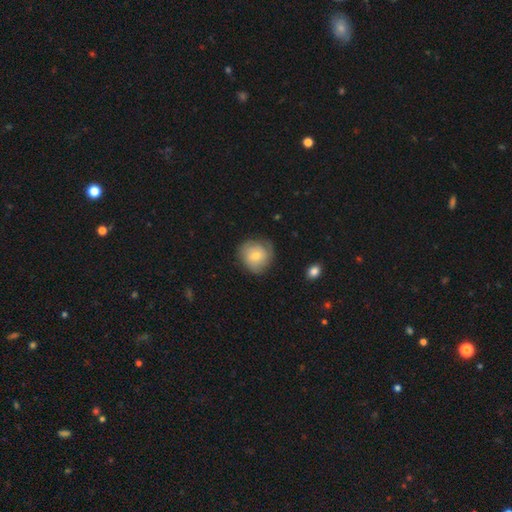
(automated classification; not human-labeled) smooth 66%, featured or disk 27%, star or artifact 7%. Down the decision tree: how rounded — round (87%); merging — none (71%).